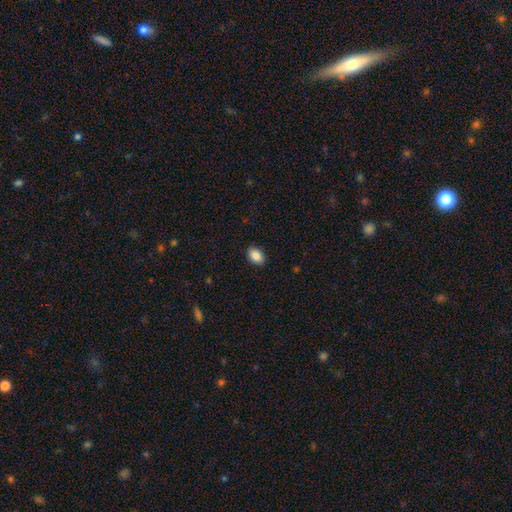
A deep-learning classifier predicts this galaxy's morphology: A smooth galaxy with no disk features (88%) that is in between round and cigar-shaped (85%).

Vote fractions:
- Smooth or featured? smooth: 88% / star or artifact: 8% / featured or disk: 4%
- How rounded? in between: 85% / round: 14% / cigar-shaped: 1%
- Merging? none: 88% / minor disturbance: 9% / major disturbance: 2% / merger: 1%